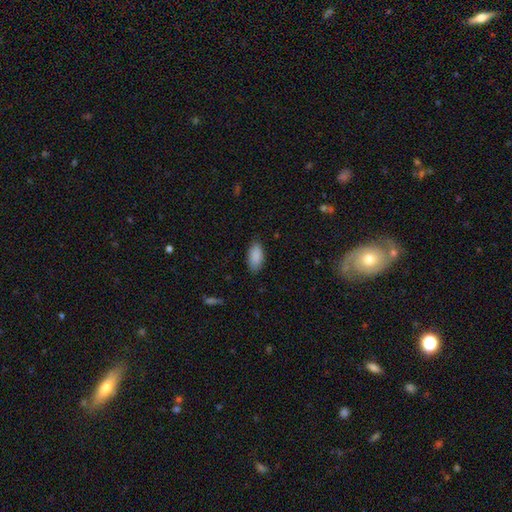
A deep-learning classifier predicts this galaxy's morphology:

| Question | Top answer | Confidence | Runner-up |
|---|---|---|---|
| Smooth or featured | smooth | 90% | star or artifact (6%) |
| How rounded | in between | 92% | cigar-shaped (6%) |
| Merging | none | 84% | minor disturbance (12%) |